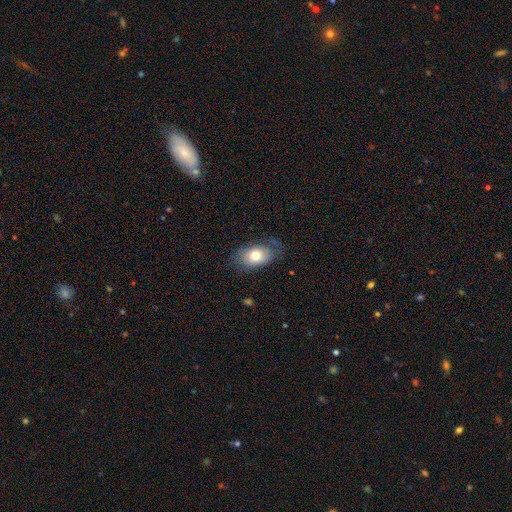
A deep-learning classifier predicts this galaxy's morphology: smooth 72%, featured or disk 21%, star or artifact 8%. Down the decision tree: how rounded — in between (86%); merging — none (66%).